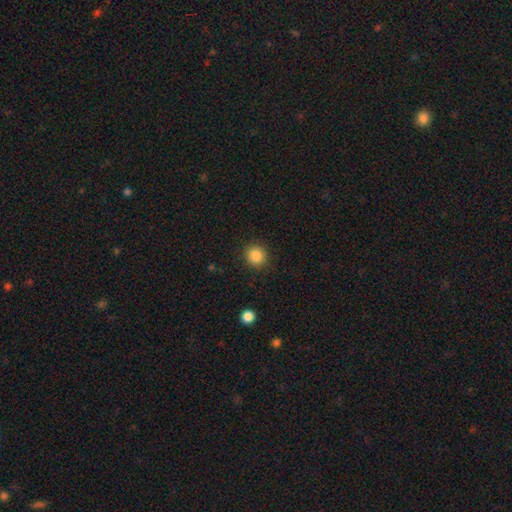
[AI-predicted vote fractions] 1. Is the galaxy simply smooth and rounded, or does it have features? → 86% smooth, 10% star or artifact, 4% featured or disk.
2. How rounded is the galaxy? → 90% round, 9% in between, 1% cigar-shaped.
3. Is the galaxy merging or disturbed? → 90% none, 7% minor disturbance, 2% major disturbance, 1% merger.